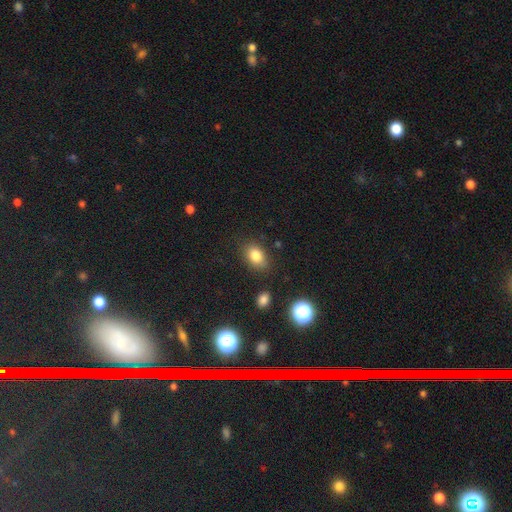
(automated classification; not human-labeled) Q: Smooth or featured?
A: smooth (81%); runner-up: star or artifact (11%)
Q: How rounded?
A: in between (73%); runner-up: round (26%)
Q: Merging?
A: none (79%); runner-up: minor disturbance (15%)